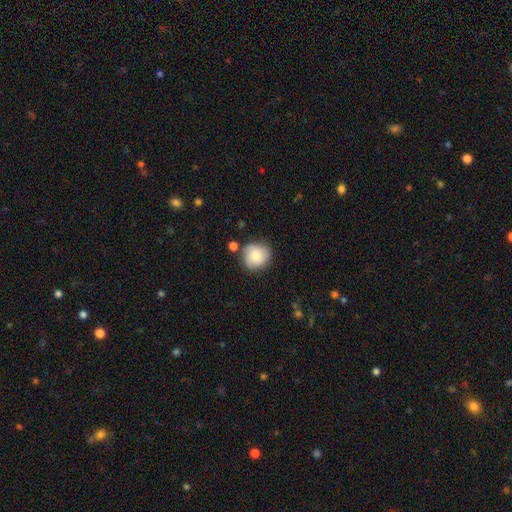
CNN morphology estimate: Overall: smooth (72%). How rounded: round (85%). Merging: none (71%).